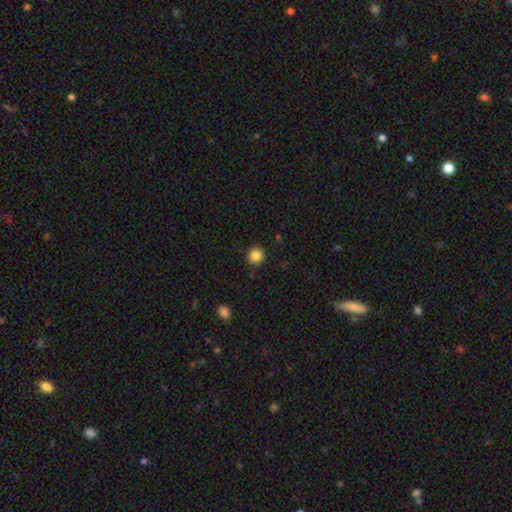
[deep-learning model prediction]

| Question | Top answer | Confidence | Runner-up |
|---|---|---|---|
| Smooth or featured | smooth | 86% | star or artifact (11%) |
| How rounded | round | 92% | in between (7%) |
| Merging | none | 88% | minor disturbance (9%) |